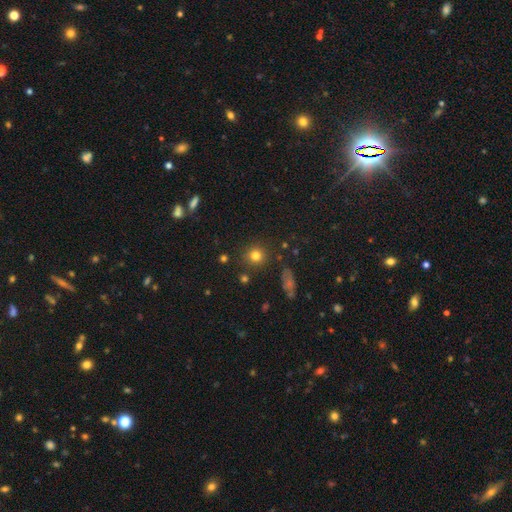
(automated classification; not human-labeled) Q: Smooth or featured?
A: smooth (79%); runner-up: star or artifact (14%)
Q: How rounded?
A: round (91%); runner-up: in between (8%)
Q: Merging?
A: none (86%); runner-up: minor disturbance (8%)